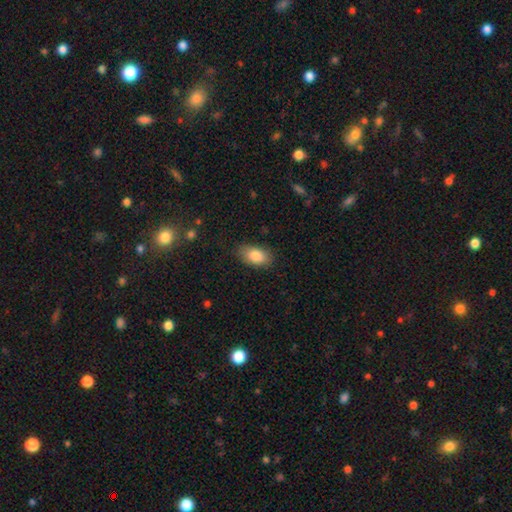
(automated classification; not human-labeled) The model was most divided on "merging": none: 82%, minor disturbance: 14%, major disturbance: 3%, merger: 1%. More confident: how rounded — in between (92%); smooth or featured — smooth (85%).